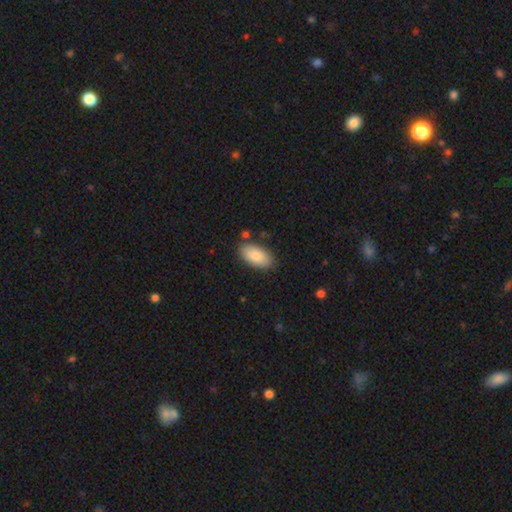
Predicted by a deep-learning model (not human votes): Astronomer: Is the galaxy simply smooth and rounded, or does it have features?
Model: smooth — 86%.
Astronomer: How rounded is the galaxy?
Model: in between — 93%.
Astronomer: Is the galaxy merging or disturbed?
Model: none — 83%.